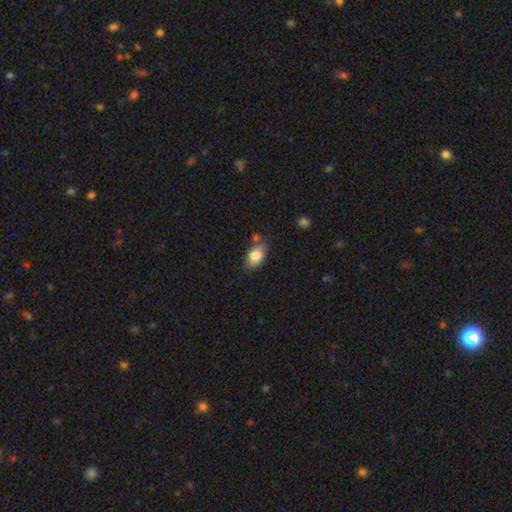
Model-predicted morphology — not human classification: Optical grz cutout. It shows a smooth galaxy with no disk features (83%) that is in between round and cigar-shaped (88%). Merging: none (70%).